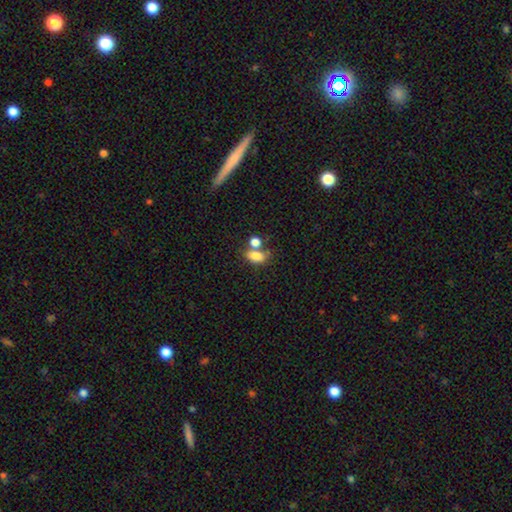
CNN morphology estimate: A smooth galaxy with no disk features (80%) that is in between round and cigar-shaped (83%). Merging: none (42%).